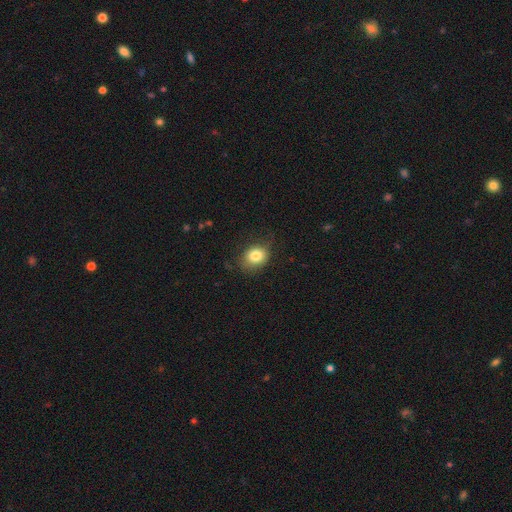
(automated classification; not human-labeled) smooth 81%, star or artifact 10%, featured or disk 9%. Down the decision tree: how rounded — round (53%); merging — none (74%).